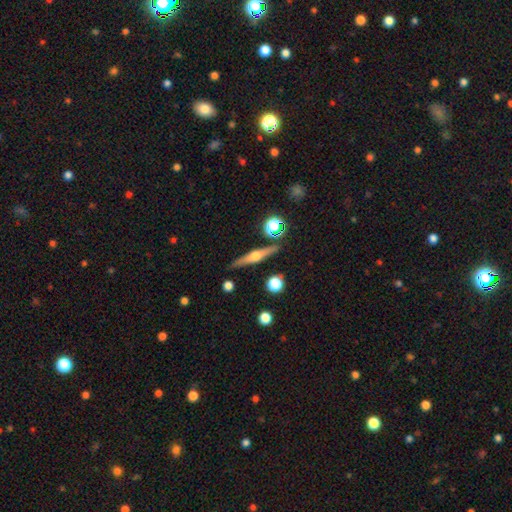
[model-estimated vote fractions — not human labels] featured or disk 67%, smooth 25%, star or artifact 8%. Down the decision tree: edge-on disk — yes (97%); edge-on bulge — rounded (91%); merging — none (87%).